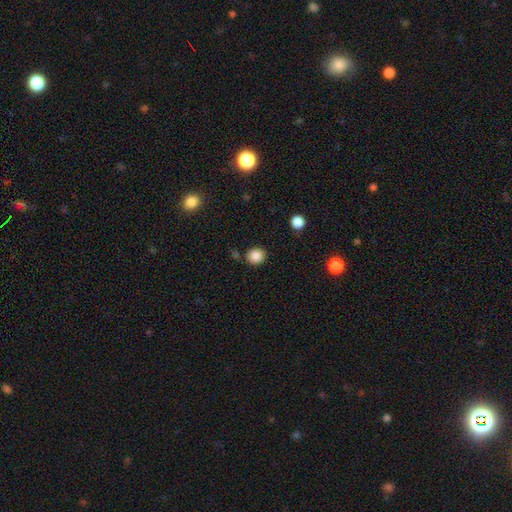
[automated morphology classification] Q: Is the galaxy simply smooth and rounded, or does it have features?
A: smooth — 86%.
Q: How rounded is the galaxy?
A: round — 85%.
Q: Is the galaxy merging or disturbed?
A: none — 84%.